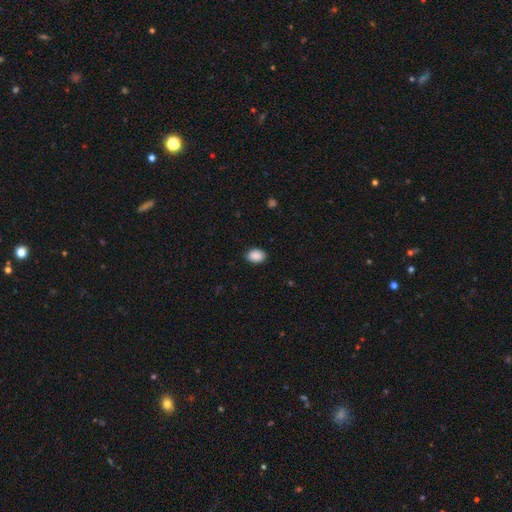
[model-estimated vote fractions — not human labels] Smooth or featured?
  - smooth: 90% *
  - star or artifact: 7%
  - featured or disk: 3%
How rounded?
  - in between: 77% *
  - round: 22%
  - cigar-shaped: 1%
Merging?
  - none: 88% *
  - minor disturbance: 9%
  - major disturbance: 2%
  - merger: 1%